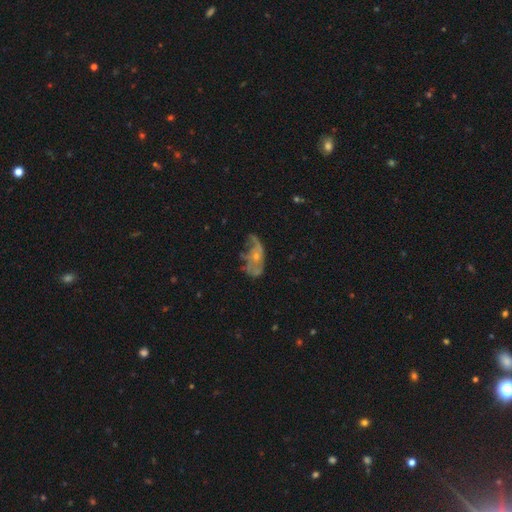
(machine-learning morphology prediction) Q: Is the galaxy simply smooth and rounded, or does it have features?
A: featured or disk — 66%.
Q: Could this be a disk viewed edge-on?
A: no — 95%.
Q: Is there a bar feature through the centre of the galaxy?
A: no — 83%.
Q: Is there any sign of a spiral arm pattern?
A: yes — 64%.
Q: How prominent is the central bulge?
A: small — 68%.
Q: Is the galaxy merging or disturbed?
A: major disturbance — 36%.